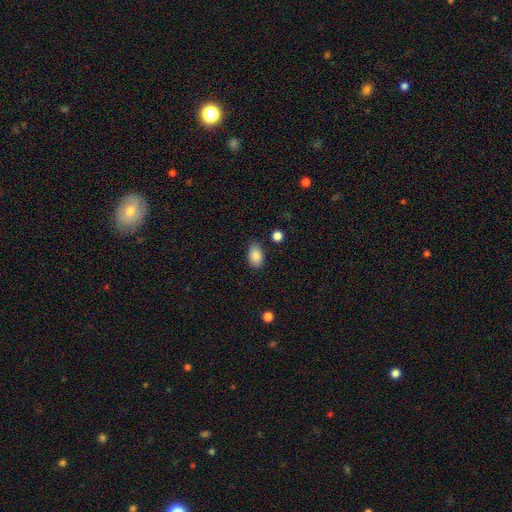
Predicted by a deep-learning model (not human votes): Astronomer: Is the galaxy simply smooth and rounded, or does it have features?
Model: smooth — 87%.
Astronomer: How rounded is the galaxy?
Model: in between — 86%.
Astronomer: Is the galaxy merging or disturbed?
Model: none — 80%.